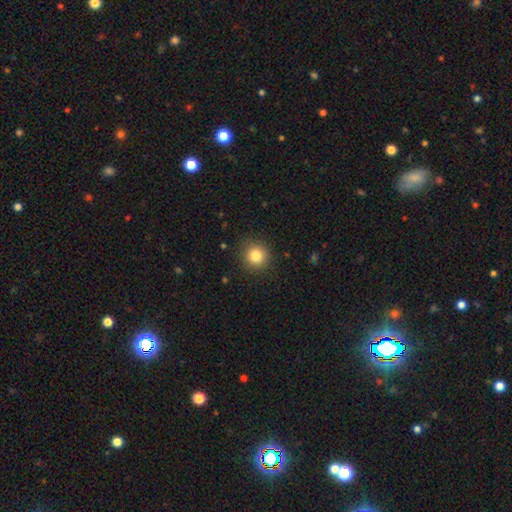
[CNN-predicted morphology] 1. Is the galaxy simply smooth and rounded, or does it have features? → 83% smooth, 11% star or artifact, 6% featured or disk.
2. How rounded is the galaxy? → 93% round, 6% in between, 1% cigar-shaped.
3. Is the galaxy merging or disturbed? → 90% none, 7% minor disturbance, 2% major disturbance, 1% merger.